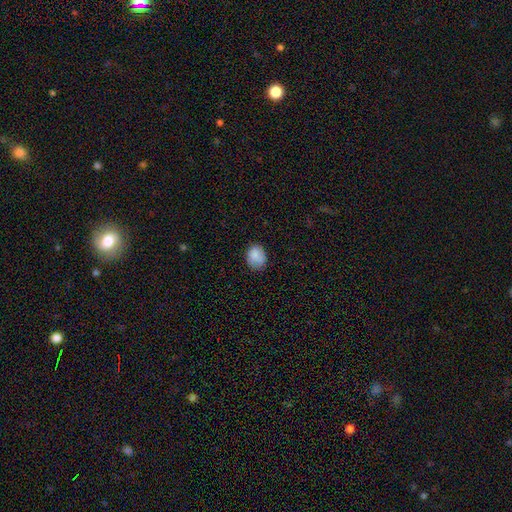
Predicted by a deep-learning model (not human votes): Overall: smooth (85%). How rounded: in between (50%; round 49%). Merging: none (74%).